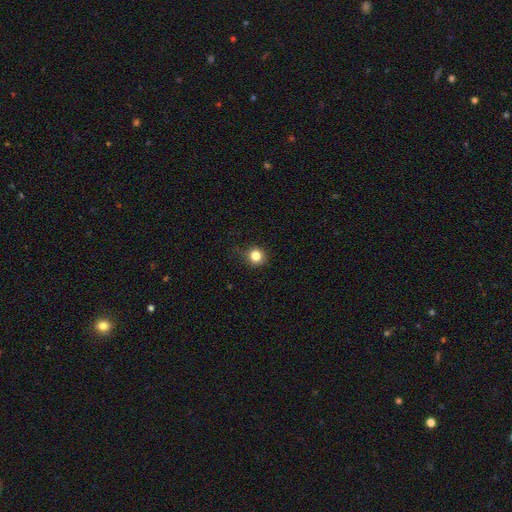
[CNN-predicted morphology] smooth-or-featured: smooth: 82% | star or artifact: 12% | featured or disk: 5%
  how-rounded: round: 92% | in between: 7% | cigar-shaped: 1%
  merging: none: 85% | minor disturbance: 11% | major disturbance: 3% | merger: 1%